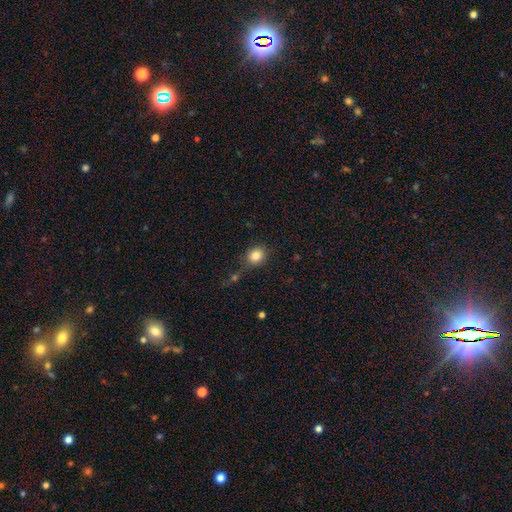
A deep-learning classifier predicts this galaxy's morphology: type=smooth (83%); roundness=round (72%); merging=none (72%).